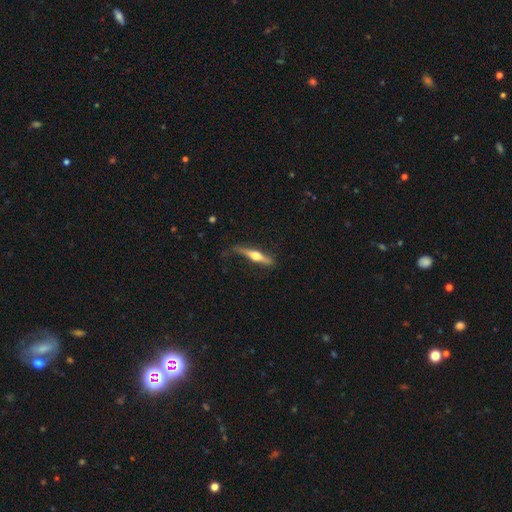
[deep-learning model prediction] smooth-or-featured: featured or disk: 61% | smooth: 34% | star or artifact: 5%
  disk-edge-on: yes: 94% | no: 6%
    edge-on-bulge: rounded: 94% | none: 3% | boxy: 3%
  merging: none: 64% | minor disturbance: 25% | major disturbance: 9% | merger: 2%